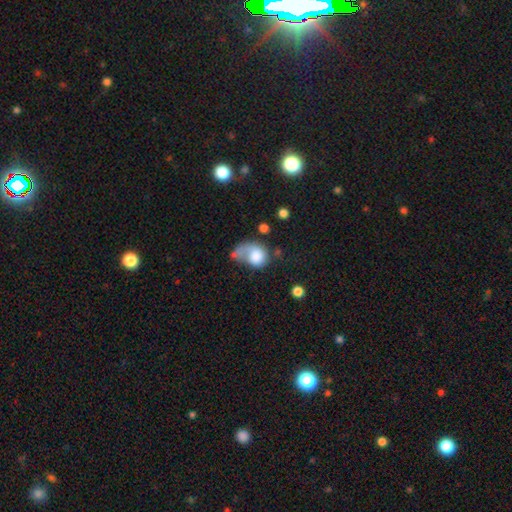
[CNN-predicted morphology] Smooth or featured: smooth — 67% (featured or disk — 25%)
How rounded: in between — 49% (tied with round — 49%)
Merging: major disturbance — 46% (none — 21%)